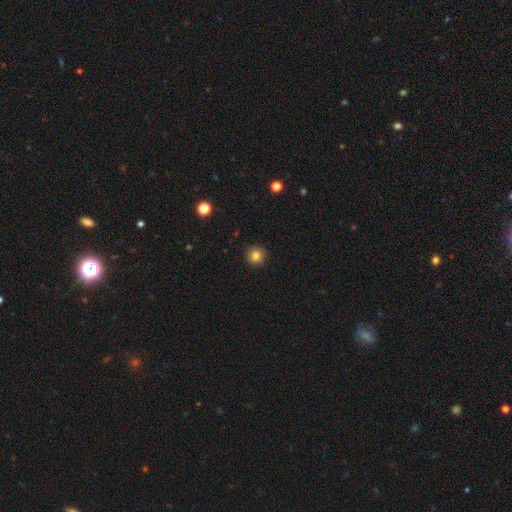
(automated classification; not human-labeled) smooth-or-featured: smooth: 84% | star or artifact: 11% | featured or disk: 5%
  how-rounded: round: 94% | in between: 5% | cigar-shaped: 1%
  merging: none: 90% | minor disturbance: 7% | major disturbance: 2% | merger: 1%